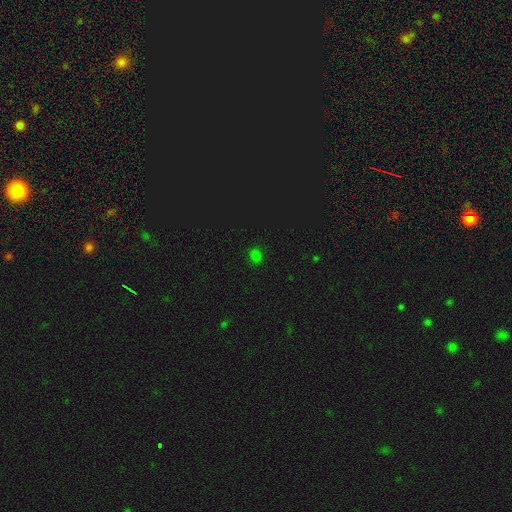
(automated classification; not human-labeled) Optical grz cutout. It shows a smooth galaxy with no disk features (70%) that is round (61%). Merging: none (87%).